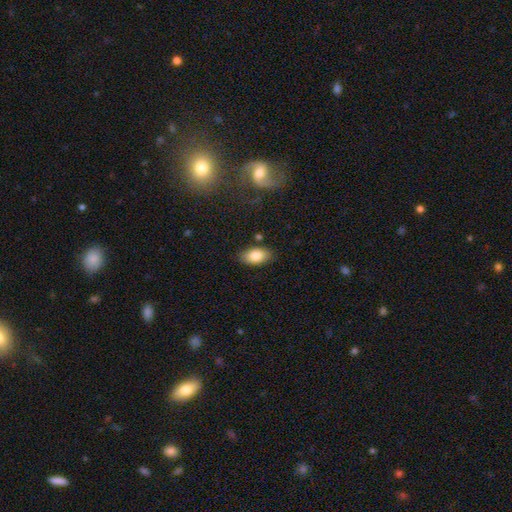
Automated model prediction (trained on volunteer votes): This is clearly a smooth galaxy (85%). How rounded: clearly in between (92%). Merging: clearly none (84%).